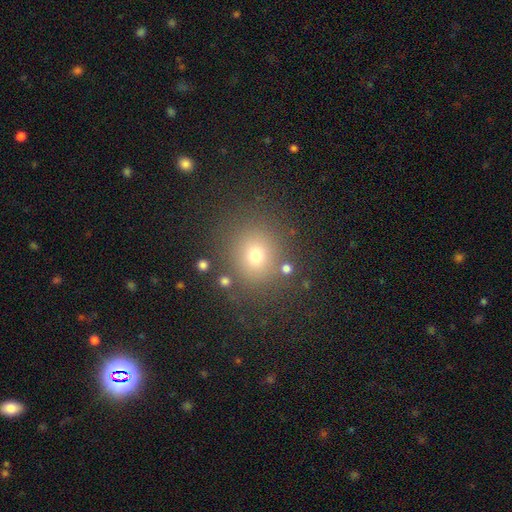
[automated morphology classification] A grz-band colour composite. It shows a smooth galaxy with no disk features (68%) that is round (81%). Merging: none (82%).